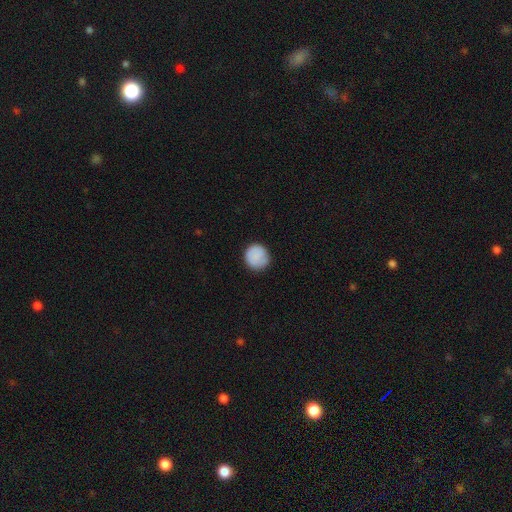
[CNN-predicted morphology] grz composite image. It shows a smooth galaxy with no disk features (86%) that is round (92%). Merging: none (83%).